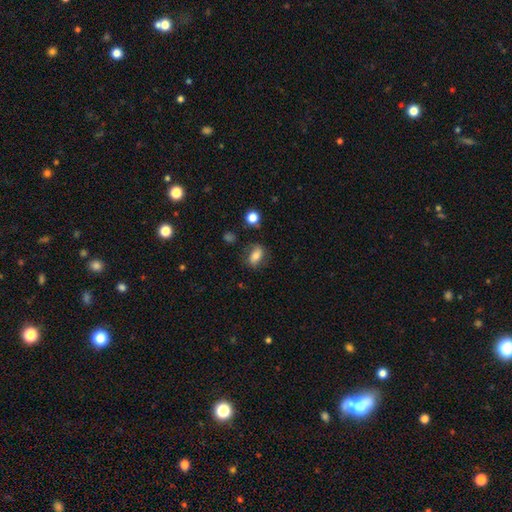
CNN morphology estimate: This is likely a smooth galaxy (71%). How rounded: likely in between (80%). Merging: likely none (72%).